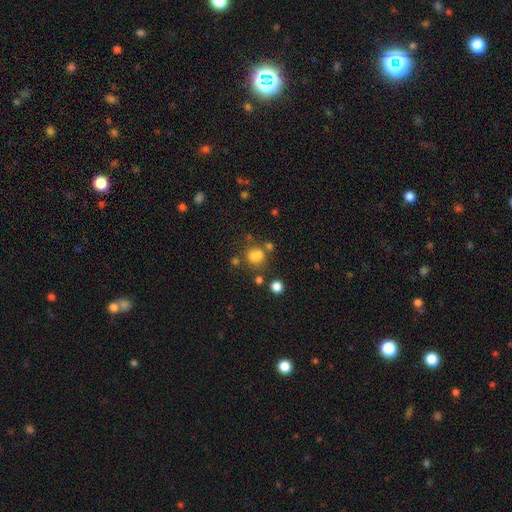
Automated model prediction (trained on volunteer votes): The model was most divided on "merging": none: 48%, merger: 31%, minor disturbance: 13%, major disturbance: 8%. More confident: how rounded — round (69%); smooth or featured — smooth (67%).